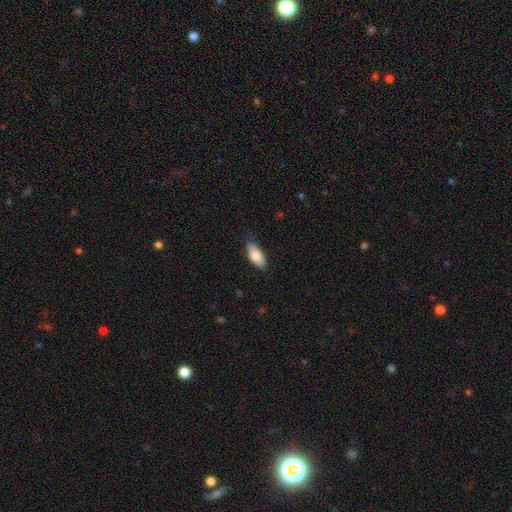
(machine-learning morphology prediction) smooth-or-featured: smooth: 82% | featured or disk: 12% | star or artifact: 6%
  how-rounded: in between: 86% | cigar-shaped: 11% | round: 2%
  merging: none: 78% | minor disturbance: 18% | major disturbance: 3% | merger: 1%